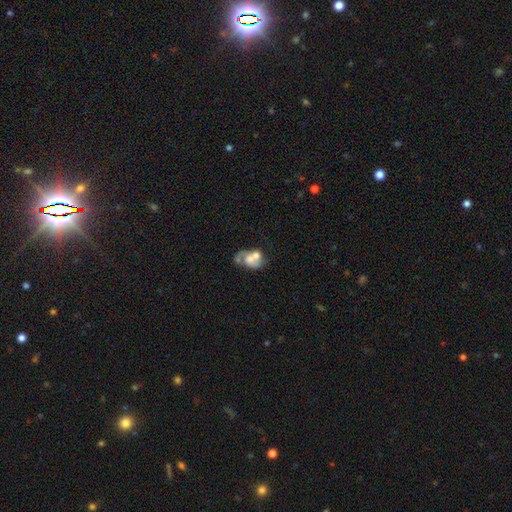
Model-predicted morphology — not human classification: The model was most divided on "spiral arms": no: 57%, yes: 43%. Remaining: edge-on disk — no (97%); bar — no (82%); merging — merger (56%); smooth or featured — featured or disk (53%); bulge size — moderate (46%).